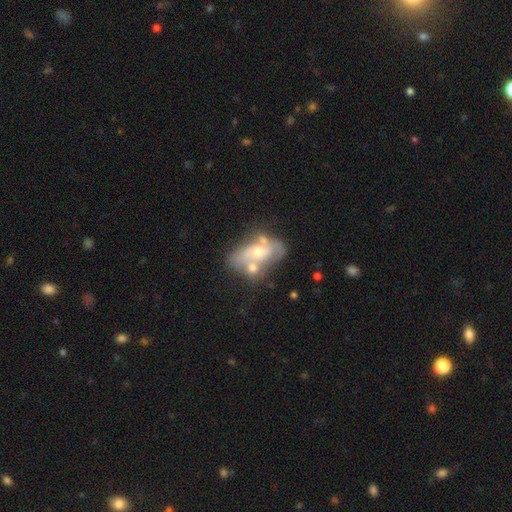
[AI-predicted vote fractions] Smooth or featured?
  - featured or disk: 62% *
  - smooth: 28%
  - star or artifact: 11%
Edge-on disk?
  - no: 90% *
  - yes: 10%
Bar?
  - no: 78% *
  - weak: 16%
  - strong: 6%
Spiral arms?
  - no: 66% *
  - yes: 34%
Bulge size?
  - moderate: 53% *
  - small: 36%
  - none: 5%
  - large: 4%
  - dominant: 2%
Merging?
  - merger: 41% *
  - none: 30%
  - minor disturbance: 16%
  - major disturbance: 13%